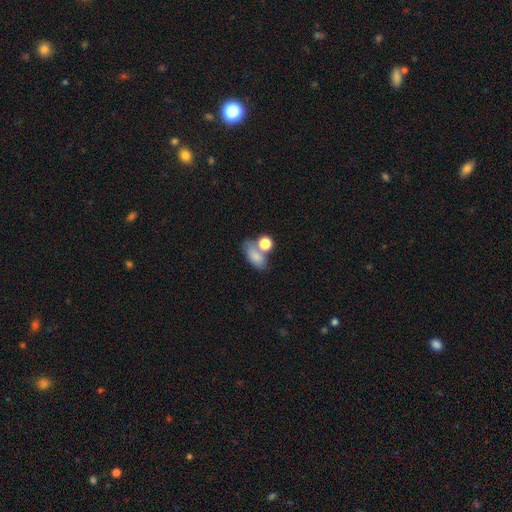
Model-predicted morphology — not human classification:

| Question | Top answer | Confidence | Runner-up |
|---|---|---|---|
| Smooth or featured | smooth | 76% | featured or disk (14%) |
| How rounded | in between | 82% | round (14%) |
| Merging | none | 38% | merger (36%) |